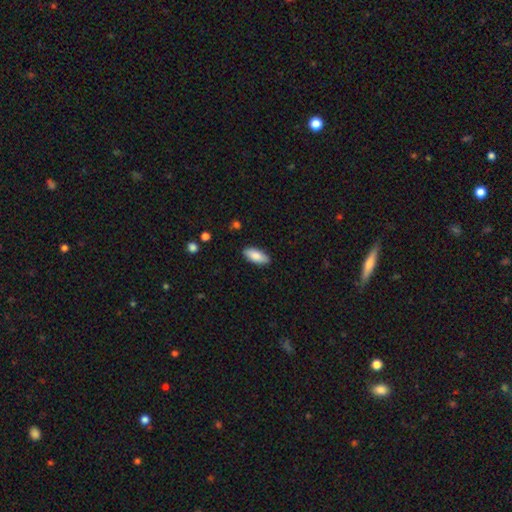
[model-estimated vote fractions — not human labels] Smooth or featured: smooth — 86% (featured or disk — 8%)
How rounded: in between — 84% (cigar-shaped — 14%)
Merging: none — 88% (minor disturbance — 9%)